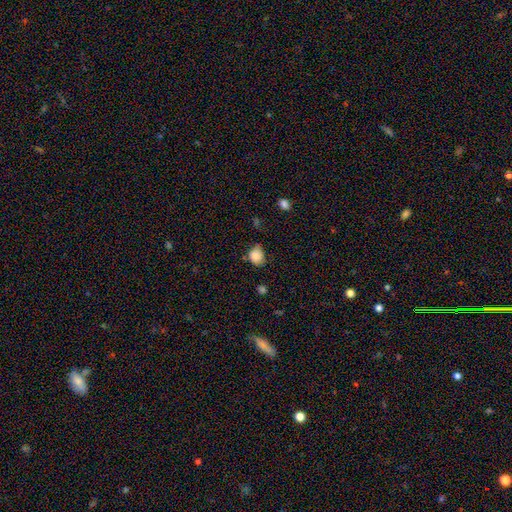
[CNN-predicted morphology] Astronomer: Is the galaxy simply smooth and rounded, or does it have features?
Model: smooth — 83%.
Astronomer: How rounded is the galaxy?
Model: round — 52% (runner-up: in between, 47%).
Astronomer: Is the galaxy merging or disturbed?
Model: none — 54% (runner-up: minor disturbance, 35%).